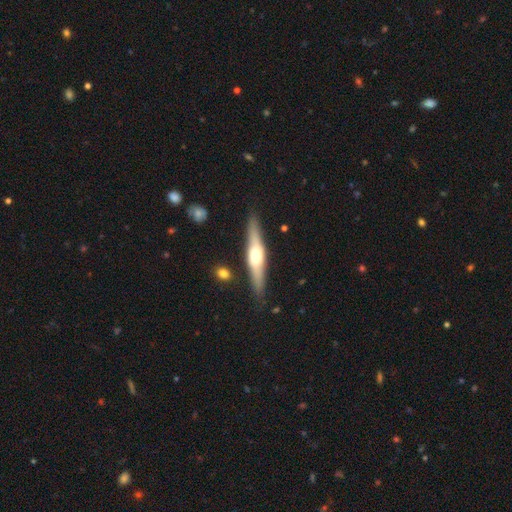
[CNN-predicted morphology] Smooth or featured? featured or disk (64%)
Edge-on disk? yes (94%)
Edge-on bulge? rounded (87%)
Merging? none (86%)